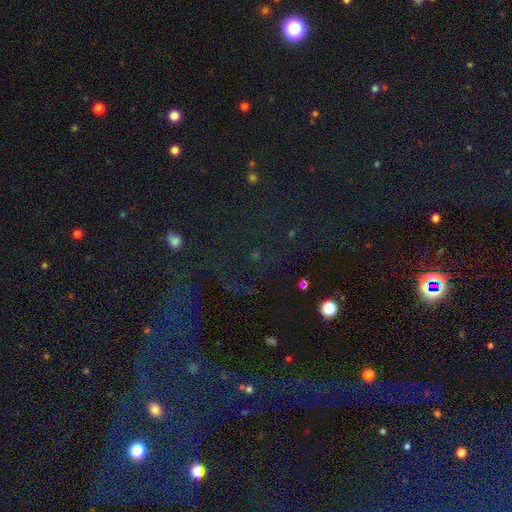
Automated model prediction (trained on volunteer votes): Overall: star or artifact (77%).